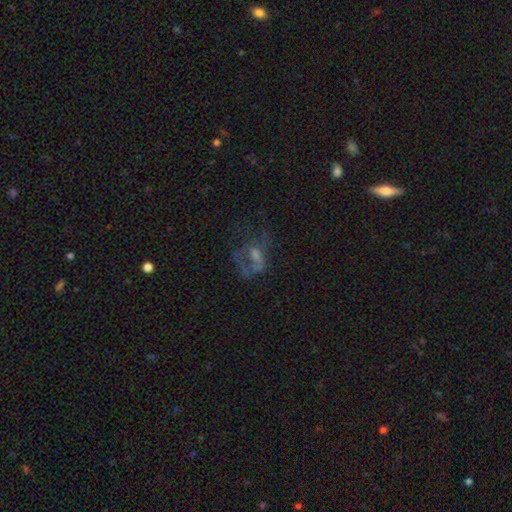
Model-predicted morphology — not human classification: Smooth or featured?
  - featured or disk: 50% *
  - smooth: 26%
  - star or artifact: 24%
Edge-on disk?
  - no: 96% *
  - yes: 4%
Merging?
  - major disturbance: 42% *
  - none: 37%
  - minor disturbance: 16%
  - merger: 5%